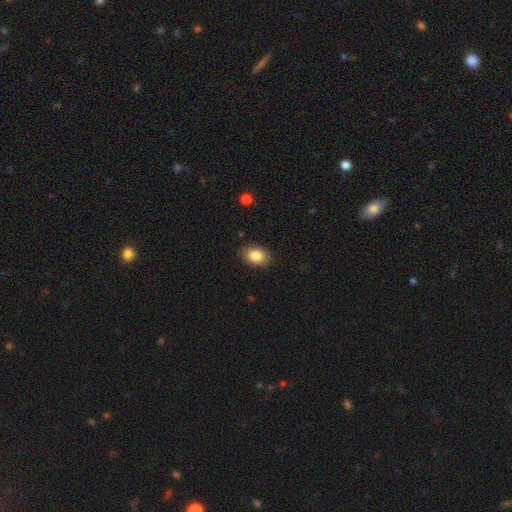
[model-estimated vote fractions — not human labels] Smooth or featured? smooth (85%)
How rounded? in between (79%)
Merging? none (86%)